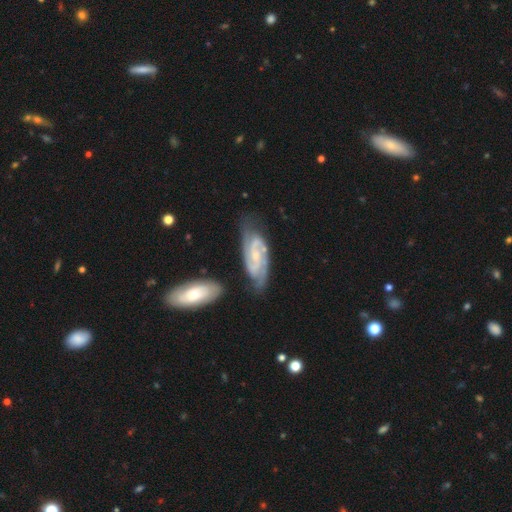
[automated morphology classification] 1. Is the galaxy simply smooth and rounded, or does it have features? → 86% featured or disk, 9% smooth, 5% star or artifact.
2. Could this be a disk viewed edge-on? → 94% no, 6% yes.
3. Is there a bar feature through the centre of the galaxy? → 46% weak, 39% no, 15% strong.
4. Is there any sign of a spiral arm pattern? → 97% yes, 3% no.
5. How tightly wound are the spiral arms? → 47% medium, 41% tight, 12% loose.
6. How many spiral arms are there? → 77% 2, 9% can't tell, 8% 3, 2% 4, 2% 1, 2% more than 4.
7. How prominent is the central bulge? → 66% small, 22% moderate, 9% none, 1% large, 1% dominant.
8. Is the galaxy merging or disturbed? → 66% none, 20% minor disturbance, 8% merger, 6% major disturbance.